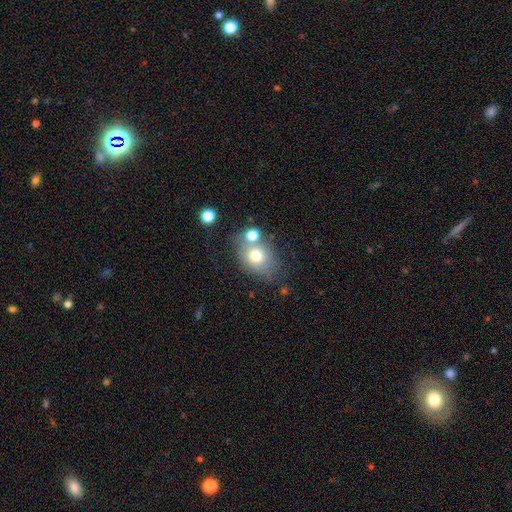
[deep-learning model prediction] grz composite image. It shows a smooth galaxy with no disk features (71%) that is in between round and cigar-shaped (51%). Merging: none (53%).